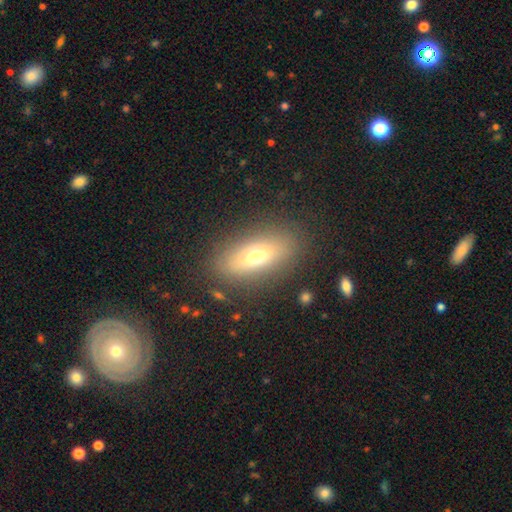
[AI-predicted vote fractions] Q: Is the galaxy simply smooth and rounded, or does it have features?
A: smooth — 65%.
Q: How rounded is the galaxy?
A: in between — 75%.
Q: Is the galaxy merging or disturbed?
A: none — 85%.